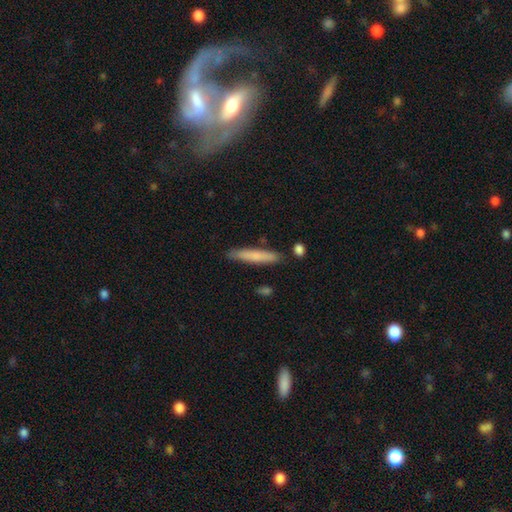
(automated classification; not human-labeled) This is likely a smooth galaxy (75%). How rounded: clearly cigar-shaped (92%). Merging: clearly none (85%).